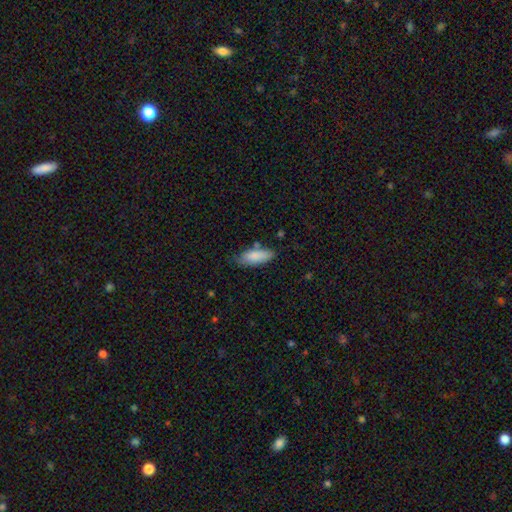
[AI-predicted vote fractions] This is clearly a smooth galaxy (85%). How rounded: likely in between (76%). Merging: likely none (69%).